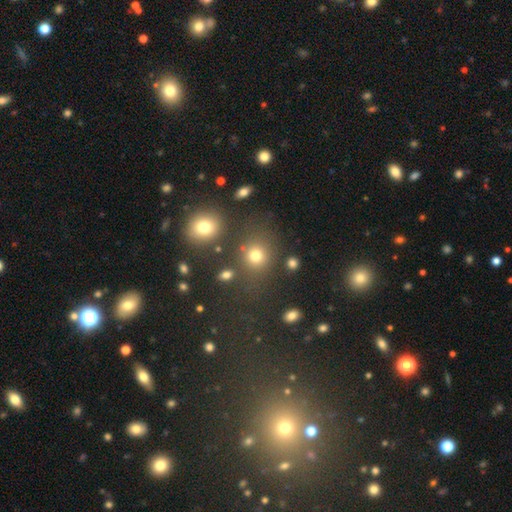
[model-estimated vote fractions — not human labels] Smooth or featured?
  - smooth: 73% *
  - star or artifact: 20%
  - featured or disk: 8%
How rounded?
  - round: 79% *
  - in between: 19%
  - cigar-shaped: 1%
Merging?
  - none: 73% *
  - minor disturbance: 11%
  - merger: 10%
  - major disturbance: 7%